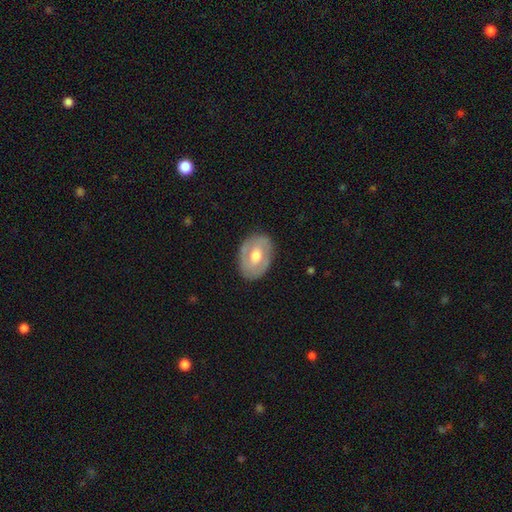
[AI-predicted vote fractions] smooth-or-featured: featured or disk: 53% | smooth: 41% | star or artifact: 6%
  disk-edge-on: no: 93% | yes: 7%
  merging: none: 82% | minor disturbance: 13% | major disturbance: 4% | merger: 1%